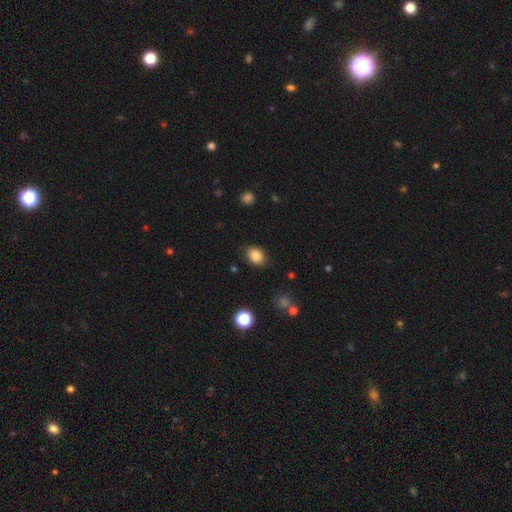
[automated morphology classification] type=smooth (85%); roundness=in between (61%); merging=none (84%).